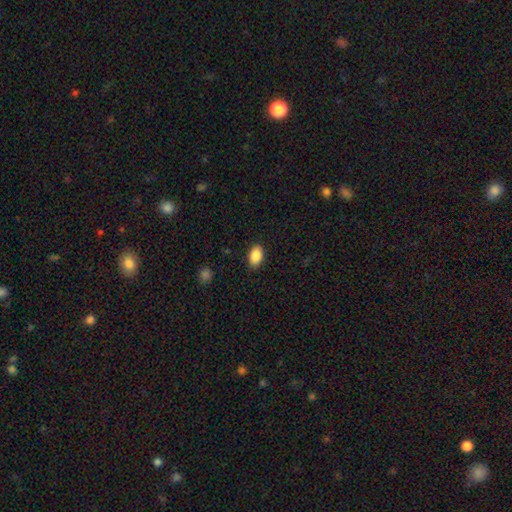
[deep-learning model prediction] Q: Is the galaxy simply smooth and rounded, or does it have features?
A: smooth — 88%.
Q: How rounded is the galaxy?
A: in between — 91%.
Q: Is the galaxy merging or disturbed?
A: none — 88%.